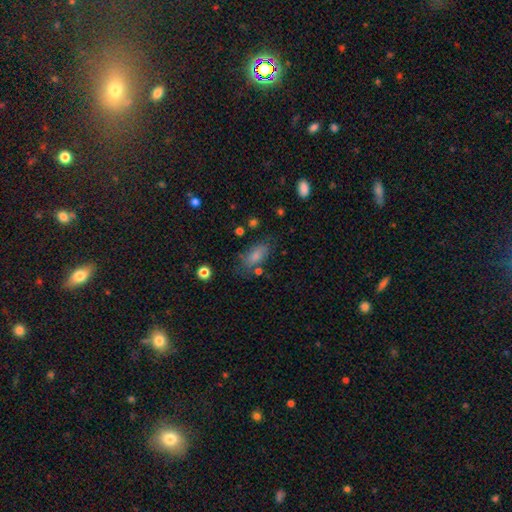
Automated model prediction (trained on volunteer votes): smooth_or_featured: smooth (p=0.75) [alt: featured or disk p=0.16]
how_rounded: in between (p=0.85) [alt: cigar-shaped p=0.11]
merging: none (p=0.64) [alt: minor disturbance p=0.21]